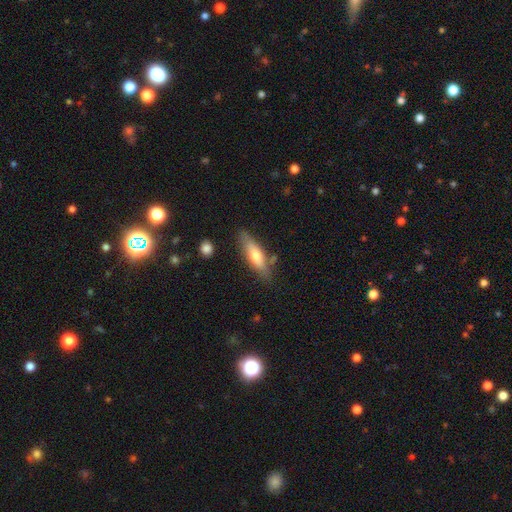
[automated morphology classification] smooth-or-featured: smooth: 63% | featured or disk: 31% | star or artifact: 6%
  how-rounded: cigar-shaped: 58% | in between: 40% | round: 2%
  merging: none: 74% | minor disturbance: 17% | merger: 5% | major disturbance: 4%